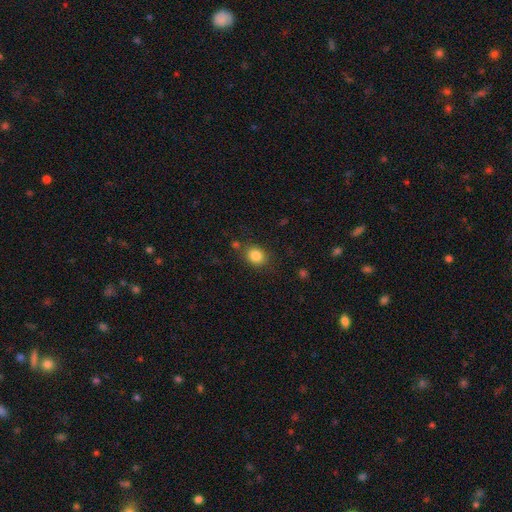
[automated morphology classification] type=smooth (84%); roundness=round (66%); merging=none (80%).